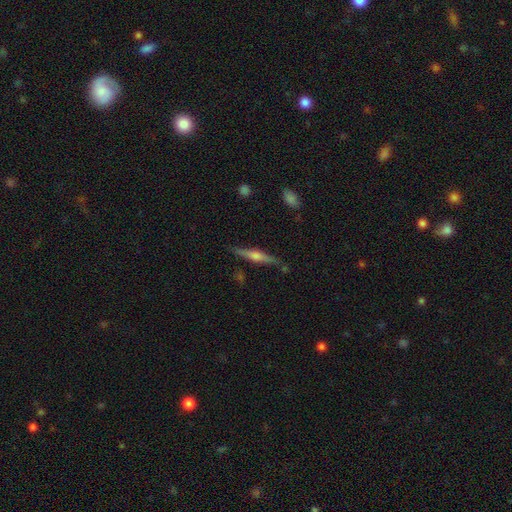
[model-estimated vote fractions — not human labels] A featured or disk galaxy (68%) viewed edge-on (98%) with a rounded central bulge (83%).

Vote fractions:
- Smooth or featured? featured or disk: 68% / smooth: 25% / star or artifact: 6%
- Edge-on disk? yes: 98% / no: 2%
- Edge-on bulge? rounded: 83% / boxy: 11% / none: 6%
- Merging? none: 87% / minor disturbance: 9% / merger: 2% / major disturbance: 2%